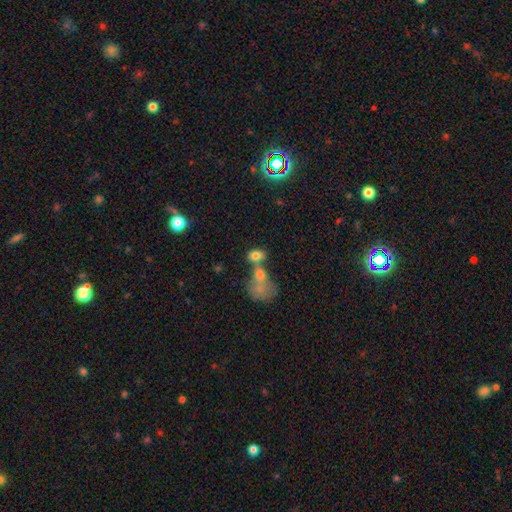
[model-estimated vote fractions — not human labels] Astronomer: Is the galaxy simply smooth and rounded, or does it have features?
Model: smooth — 75%.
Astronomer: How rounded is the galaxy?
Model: in between — 76%.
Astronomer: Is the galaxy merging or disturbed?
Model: merger — 52% (runner-up: none, 31%).